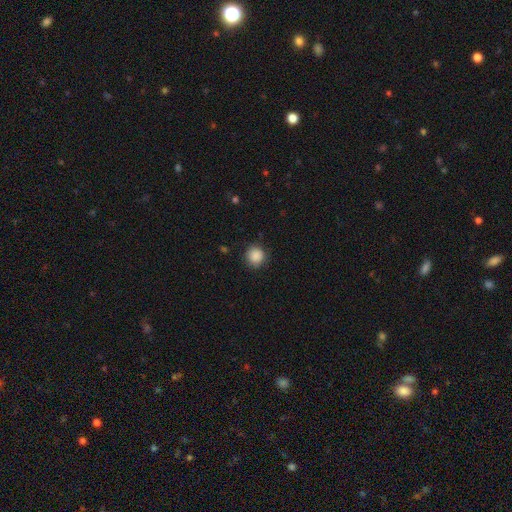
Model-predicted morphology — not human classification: This appears to be a smooth galaxy with no disk features (88%) that is round (91%). Merging: none (85%).